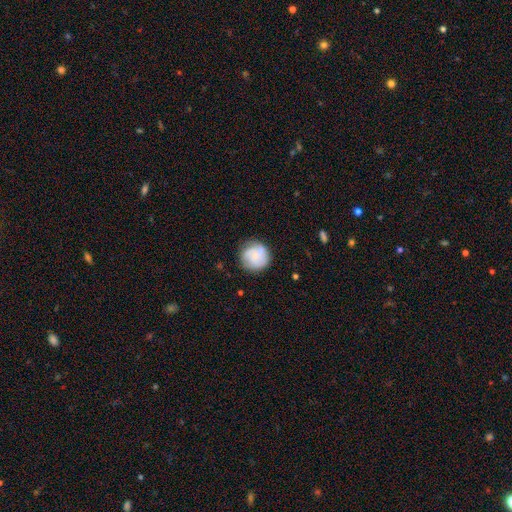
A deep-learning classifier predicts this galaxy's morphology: Smooth or featured?
  - smooth: 62% *
  - featured or disk: 31%
  - star or artifact: 7%
How rounded?
  - round: 91% *
  - in between: 8%
  - cigar-shaped: 1%
Merging?
  - none: 73% *
  - minor disturbance: 19%
  - major disturbance: 7%
  - merger: 2%